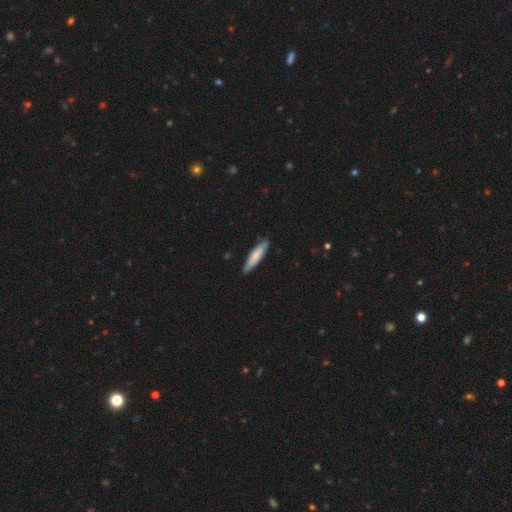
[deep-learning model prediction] smooth-or-featured: smooth: 74% | featured or disk: 21% | star or artifact: 5%
  how-rounded: cigar-shaped: 85% | in between: 13% | round: 1%
  merging: none: 86% | minor disturbance: 11% | major disturbance: 2% | merger: 1%